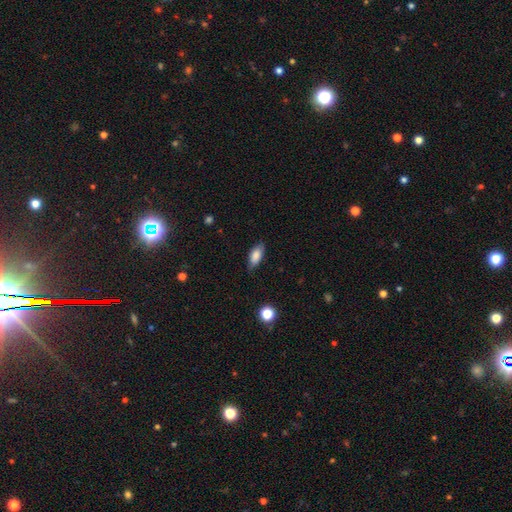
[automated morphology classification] smooth_or_featured: smooth (p=0.82) [alt: featured or disk p=0.11]
how_rounded: in between (p=0.85) [alt: cigar-shaped p=0.12]
merging: none (p=0.74) [alt: minor disturbance p=0.21]